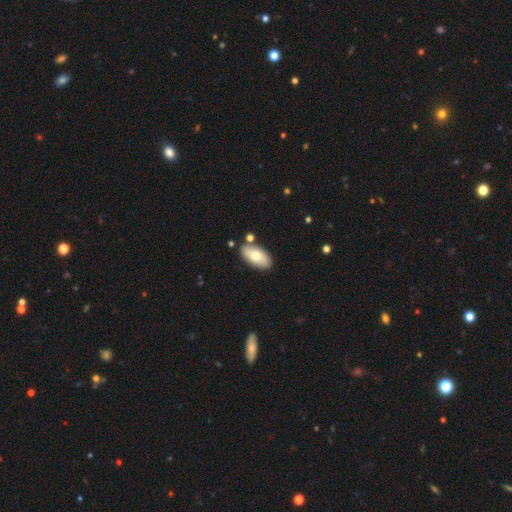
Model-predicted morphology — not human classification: Overall: smooth (71%). How rounded: in between (93%). Merging: none (80%).